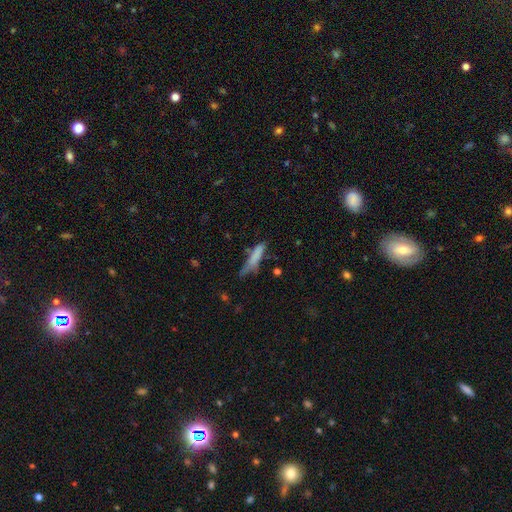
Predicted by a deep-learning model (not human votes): Smooth or featured? Predicted: smooth (p=0.71). How rounded? Predicted: cigar-shaped (p=0.78). Merging? Predicted: none (p=0.42).